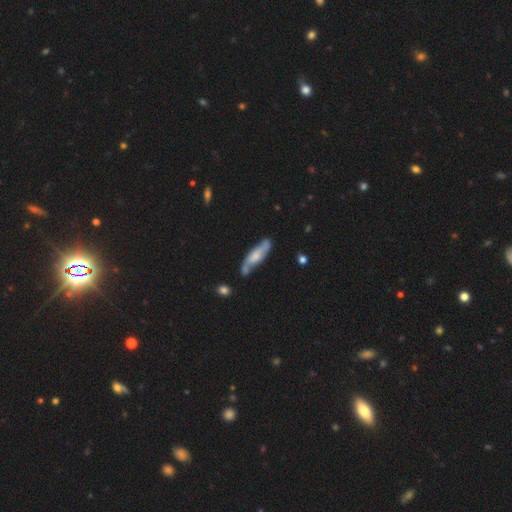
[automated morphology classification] Smooth or featured: featured or disk — 54% (smooth — 40%)
Edge-on disk: no — 62% (yes — 38%)
Merging: none — 65% (minor disturbance — 20%)